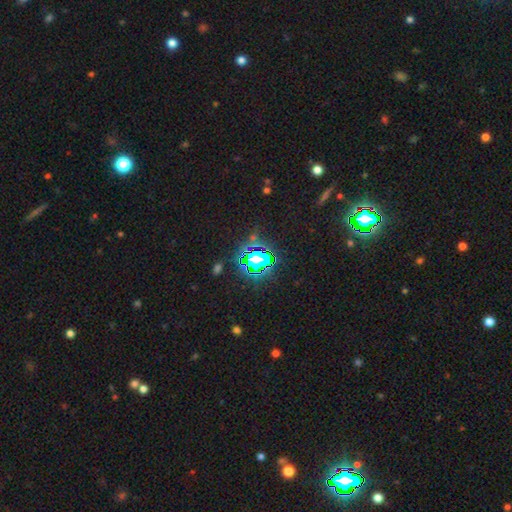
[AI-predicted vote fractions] Smooth or featured?
  - star or artifact: 74% *
  - smooth: 17%
  - featured or disk: 9%